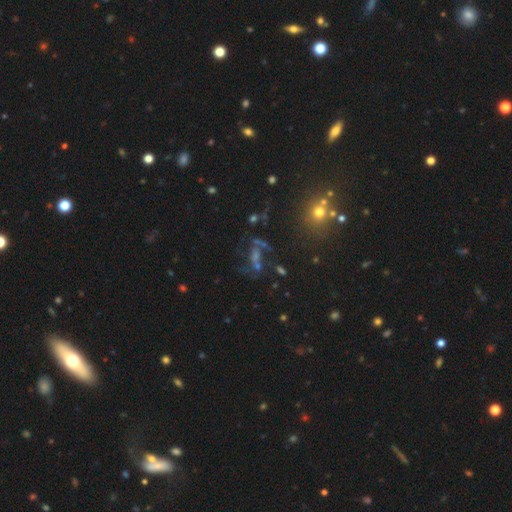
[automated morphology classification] Smooth or featured?
  - star or artifact: 40% *
  - featured or disk: 38%
  - smooth: 22%